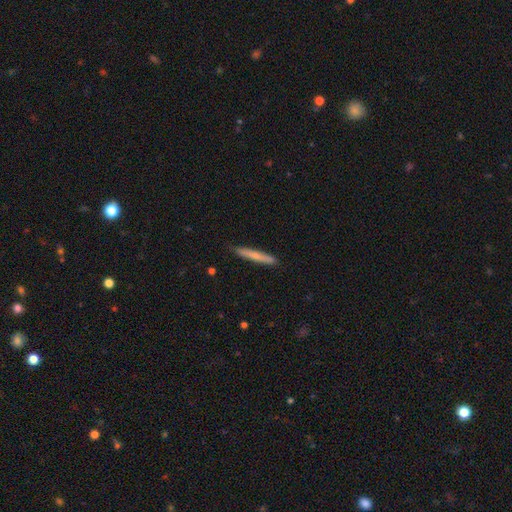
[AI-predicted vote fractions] A smooth galaxy with no disk features (67%) that is cigar-shaped (96%). Merging: none (88%).